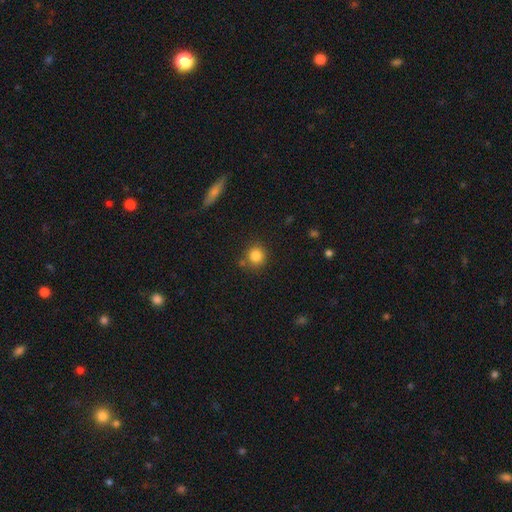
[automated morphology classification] smooth-or-featured: smooth: 84% | star or artifact: 11% | featured or disk: 5%
  how-rounded: round: 91% | in between: 8% | cigar-shaped: 1%
  merging: none: 79% | minor disturbance: 10% | merger: 7% | major disturbance: 3%